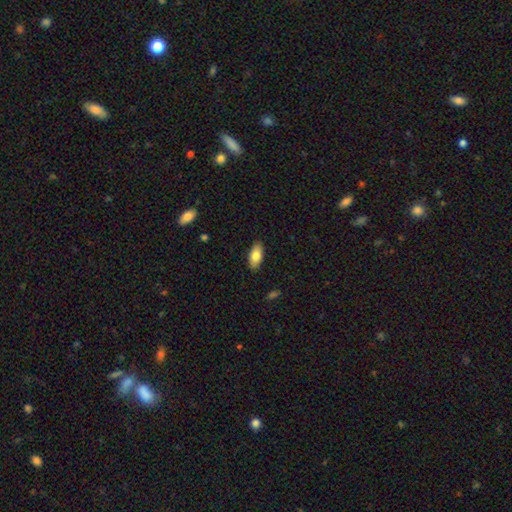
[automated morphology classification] A smooth galaxy with no disk features (79%) that is in between round and cigar-shaped (89%).

Vote fractions:
- Smooth or featured? smooth: 79% / featured or disk: 15% / star or artifact: 6%
- How rounded? in between: 89% / cigar-shaped: 9% / round: 3%
- Merging? none: 88% / minor disturbance: 9% / major disturbance: 2% / merger: 1%